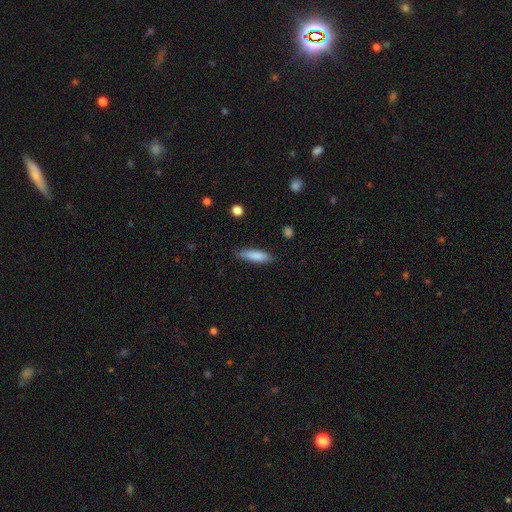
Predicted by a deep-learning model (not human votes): A smooth galaxy with no disk features (84%) that is cigar-shaped (64%).

Vote fractions:
- Smooth or featured? smooth: 84% / featured or disk: 10% / star or artifact: 6%
- How rounded? cigar-shaped: 64% / in between: 34% / round: 1%
- Merging? none: 83% / minor disturbance: 13% / major disturbance: 3% / merger: 1%